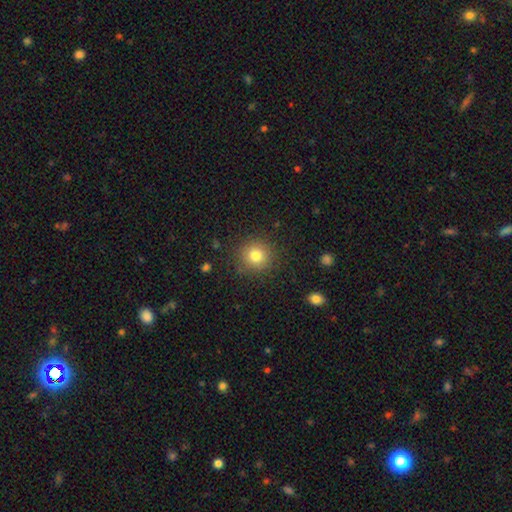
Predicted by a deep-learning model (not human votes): smooth-or-featured: smooth: 79% | star or artifact: 13% | featured or disk: 8%
  how-rounded: round: 93% | in between: 6% | cigar-shaped: 1%
  merging: none: 87% | minor disturbance: 8% | major disturbance: 3% | merger: 1%